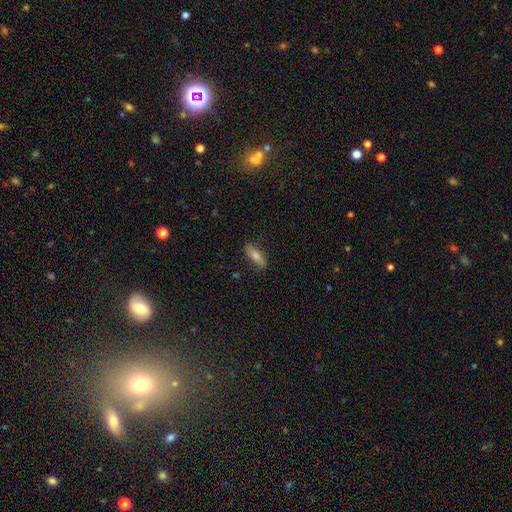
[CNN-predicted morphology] Smooth or featured?
  - smooth: 64% *
  - featured or disk: 25%
  - star or artifact: 11%
How rounded?
  - in between: 51% *
  - cigar-shaped: 45%
  - round: 4%
Merging?
  - none: 83% *
  - minor disturbance: 13%
  - major disturbance: 3%
  - merger: 1%